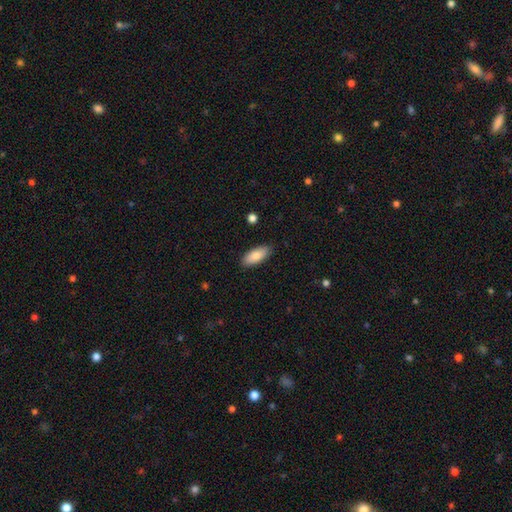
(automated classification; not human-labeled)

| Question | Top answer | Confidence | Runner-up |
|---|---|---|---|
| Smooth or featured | smooth | 85% | featured or disk (10%) |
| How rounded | in between | 83% | cigar-shaped (15%) |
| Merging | none | 87% | minor disturbance (9%) |